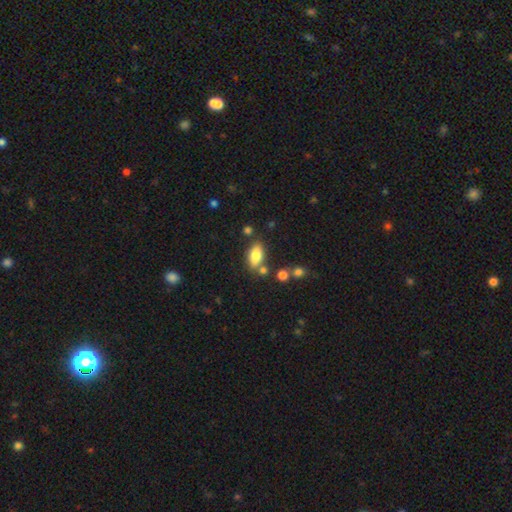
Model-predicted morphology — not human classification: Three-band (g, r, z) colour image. It shows a smooth galaxy with no disk features (82%) that is in between round and cigar-shaped (88%). Merging: none (72%).